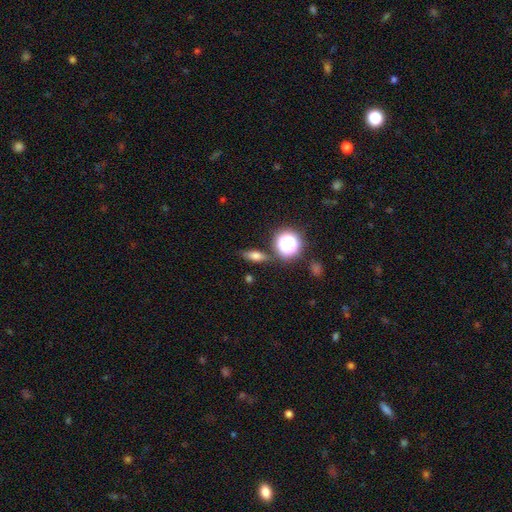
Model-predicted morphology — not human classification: A smooth galaxy with no disk features (61%) that is in between round and cigar-shaped (53%).

Vote fractions:
- Smooth or featured? smooth: 61% / featured or disk: 22% / star or artifact: 18%
- How rounded? in between: 53% / cigar-shaped: 26% / round: 21%
- Merging? none: 81% / minor disturbance: 11% / merger: 4% / major disturbance: 3%